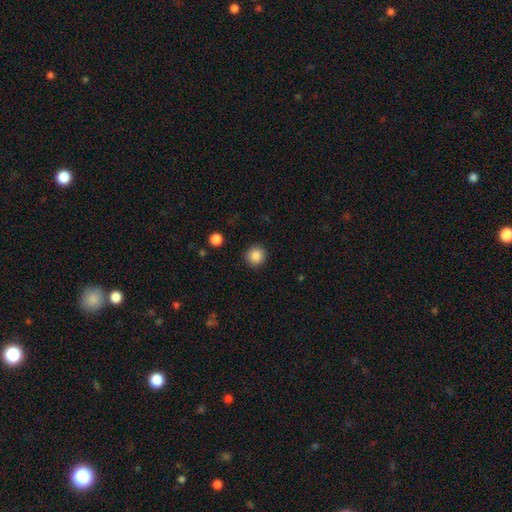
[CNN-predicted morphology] The model was most divided on "smooth or featured": smooth: 87%, star or artifact: 9%, featured or disk: 4%. More confident: how rounded — round (94%); merging — none (91%).